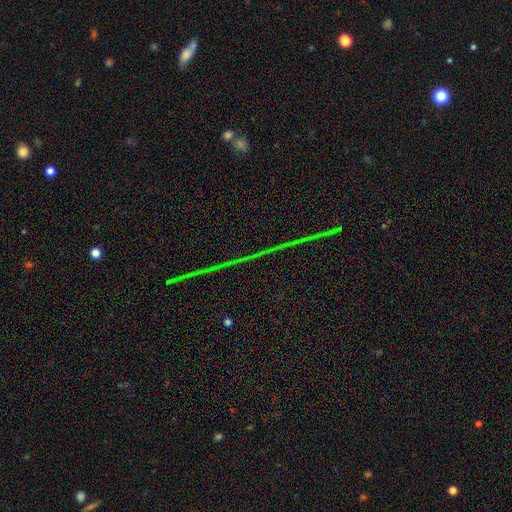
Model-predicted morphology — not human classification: Smooth or featured? star or artifact (81%)